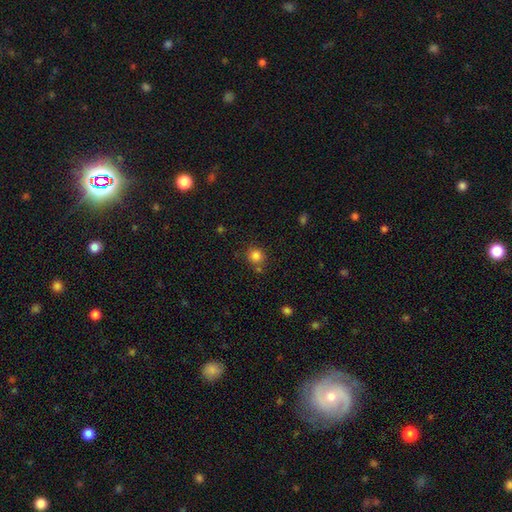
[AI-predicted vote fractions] smooth 83%, star or artifact 12%, featured or disk 5%. Down the decision tree: how rounded — round (90%); merging — none (75%).